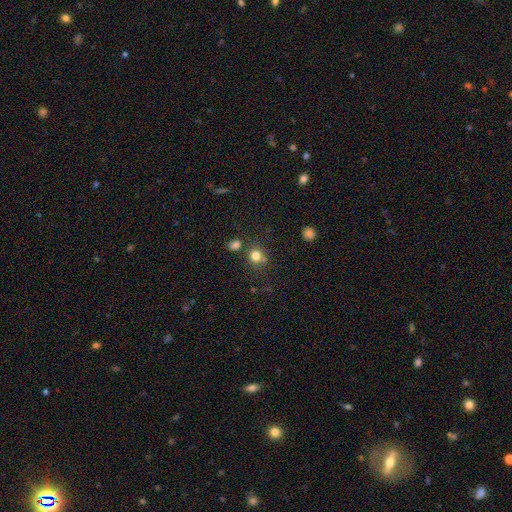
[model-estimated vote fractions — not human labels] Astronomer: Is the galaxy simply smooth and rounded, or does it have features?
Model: smooth — 78%.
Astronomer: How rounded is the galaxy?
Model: round — 80%.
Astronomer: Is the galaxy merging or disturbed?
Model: none — 67%.